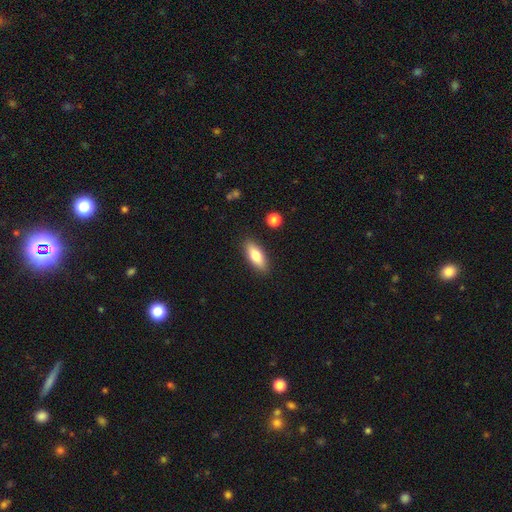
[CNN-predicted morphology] Smooth or featured: smooth — 76% (featured or disk — 18%)
How rounded: in between — 69% (cigar-shaped — 28%)
Merging: none — 87% (minor disturbance — 9%)